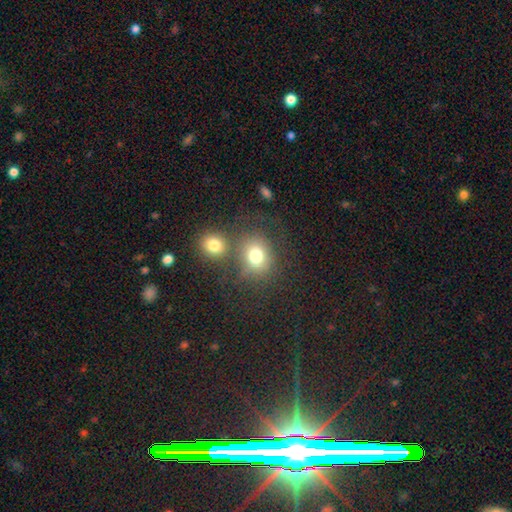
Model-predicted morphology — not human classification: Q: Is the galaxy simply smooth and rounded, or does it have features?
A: smooth — 76%.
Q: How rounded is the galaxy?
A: round — 71%.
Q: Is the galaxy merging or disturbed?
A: none — 52%.